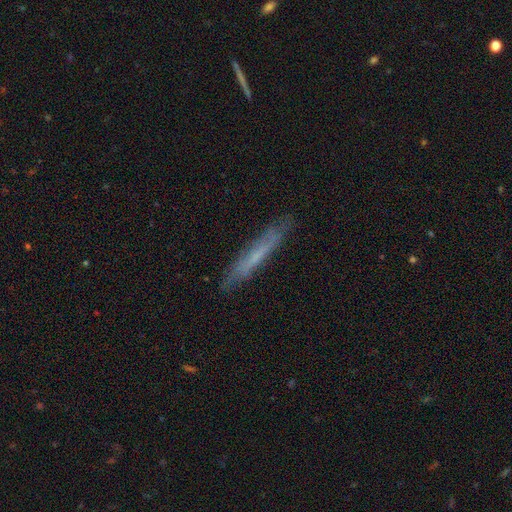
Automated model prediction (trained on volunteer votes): Overall: smooth (47%; featured or disk 46%). Merging: none (84%).